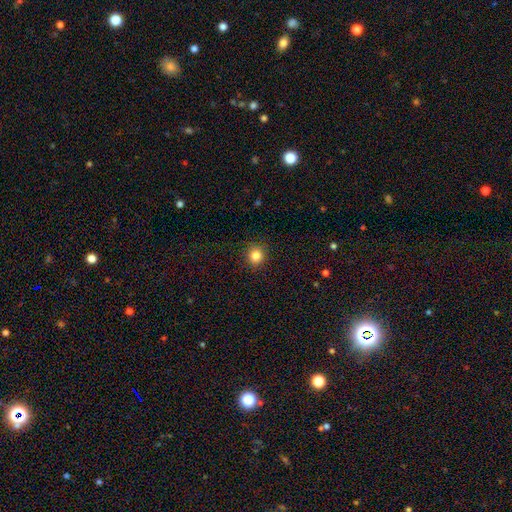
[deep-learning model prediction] A smooth galaxy with no disk features (83%) that is round (91%).

Vote fractions:
- Smooth or featured? smooth: 83% / star or artifact: 12% / featured or disk: 5%
- How rounded? round: 91% / in between: 8% / cigar-shaped: 1%
- Merging? none: 91% / minor disturbance: 6% / major disturbance: 2% / merger: 1%